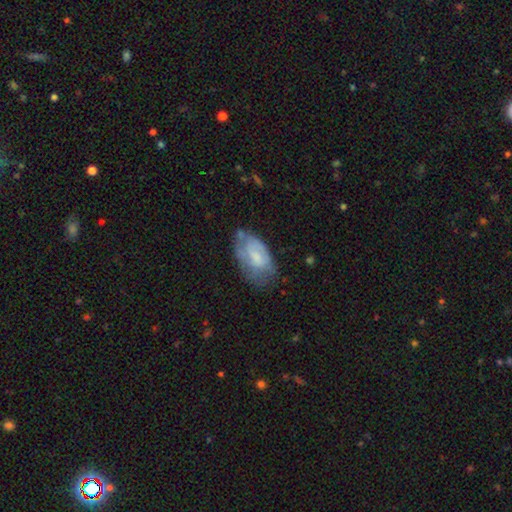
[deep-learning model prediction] Smooth or featured? Predicted: smooth (p=0.53). How rounded? Predicted: in between (p=0.93). Merging? Predicted: none (p=0.49).